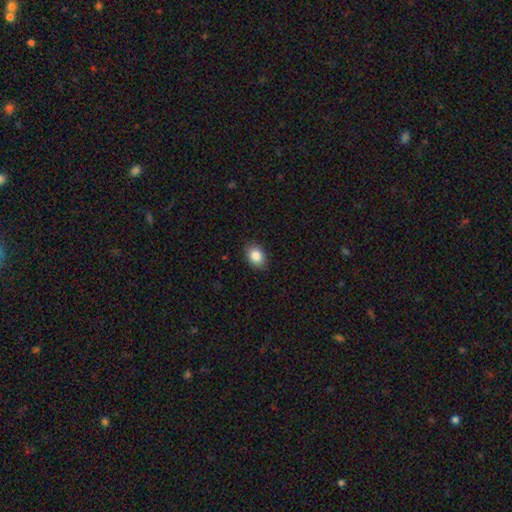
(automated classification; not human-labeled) Smooth or featured? smooth (86%)
How rounded? in between (78%)
Merging? none (87%)